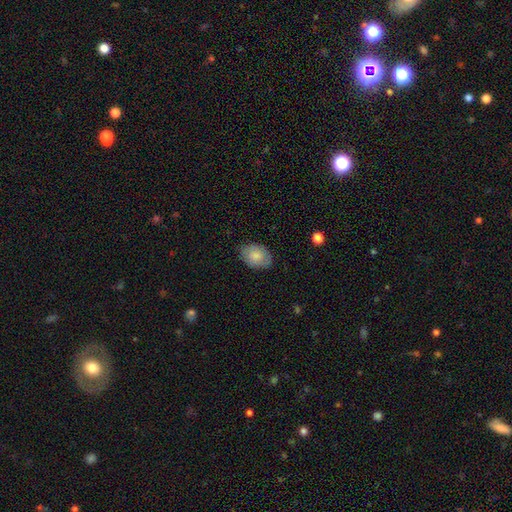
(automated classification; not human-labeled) smooth_or_featured: smooth (p=0.78) [alt: featured or disk p=0.15]
how_rounded: in between (p=0.79) [alt: round p=0.20]
merging: none (p=0.78) [alt: minor disturbance p=0.17]